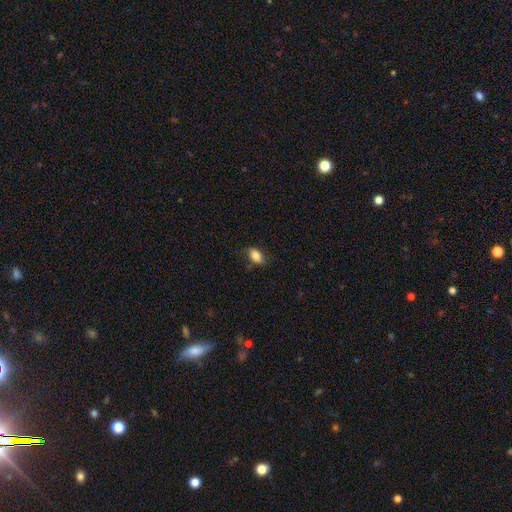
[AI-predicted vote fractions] smooth_or_featured: smooth (p=0.83) [alt: featured or disk p=0.09]
how_rounded: in between (p=0.88) [alt: round p=0.09]
merging: none (p=0.67) [alt: minor disturbance p=0.23]